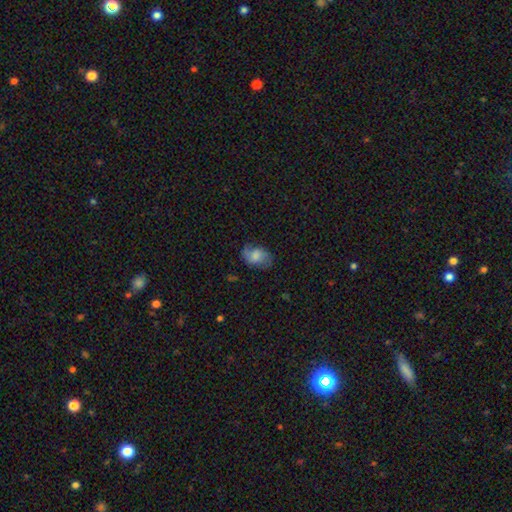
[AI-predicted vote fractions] Morphology: type=smooth (59%); roundness=in between (80%); merging=none (65%).